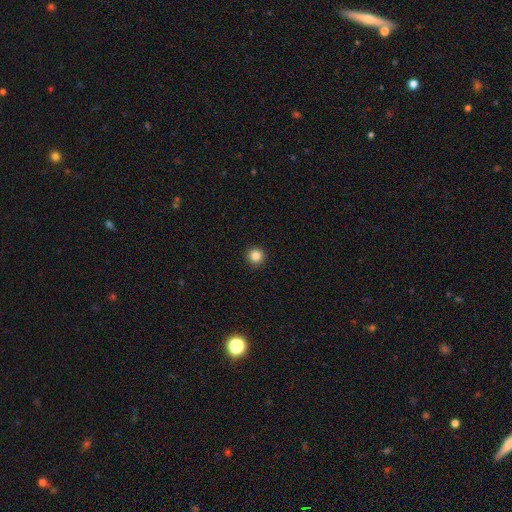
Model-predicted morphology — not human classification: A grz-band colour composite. It shows a smooth galaxy with no disk features (85%) that is round (96%). Merging: none (93%).